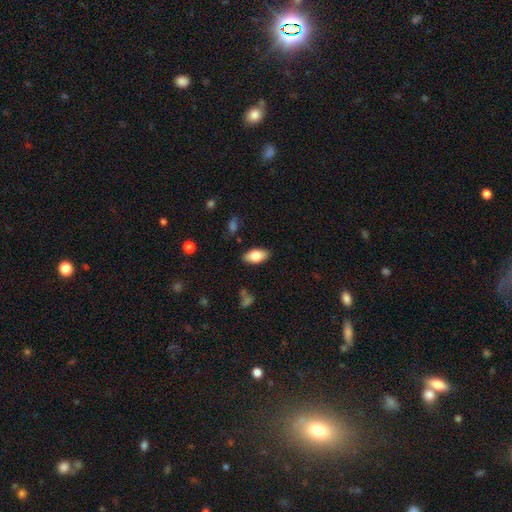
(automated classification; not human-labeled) Overall: smooth (77%). How rounded: in between (90%). Merging: none (86%).